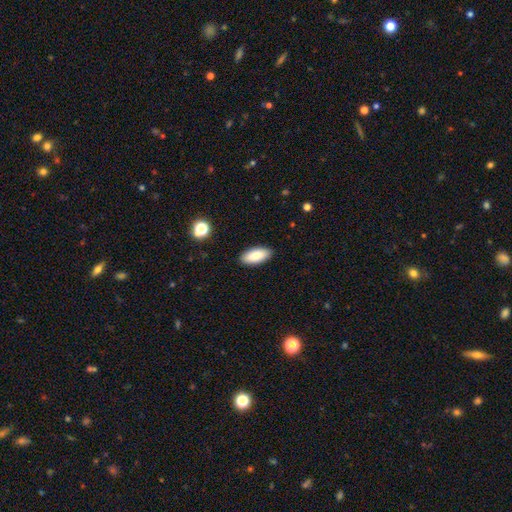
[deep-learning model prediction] smooth 85%, featured or disk 8%, star or artifact 7%. Down the decision tree: how rounded — in between (88%); merging — none (89%).